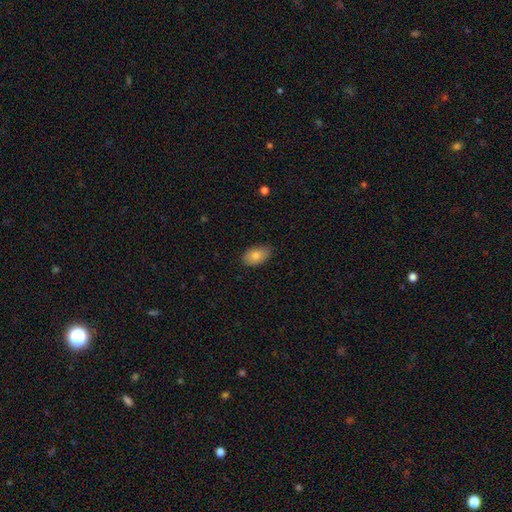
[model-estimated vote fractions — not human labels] Morphology: type=smooth (82%); roundness=in between (91%); merging=none (80%).